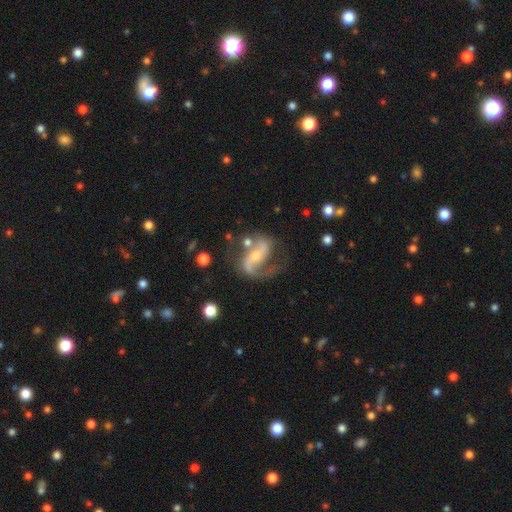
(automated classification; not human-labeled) A featured or disk galaxy (88%) with a weak bar (36%), 2 (83%) loose (46%) spiral arms (97%) and a moderate central bulge (48%).

Vote fractions:
- Smooth or featured? featured or disk: 88% / smooth: 6% / star or artifact: 5%
- Edge-on disk? no: 97% / yes: 3%
- Bar? weak: 36% / strong: 35% / no: 29%
- Spiral arms? yes: 97% / no: 3%
- Spiral winding? loose: 46% / medium: 44% / tight: 9%
- Spiral arm count? 2: 83% / 1: 12% / can't tell: 2% / 3: 1% / 4: 1% / more than 4: 1%
- Bulge size? moderate: 48% / small: 45% / large: 3% / none: 2% / dominant: 1%
- Merging? none: 59% / minor disturbance: 19% / major disturbance: 15% / merger: 7%